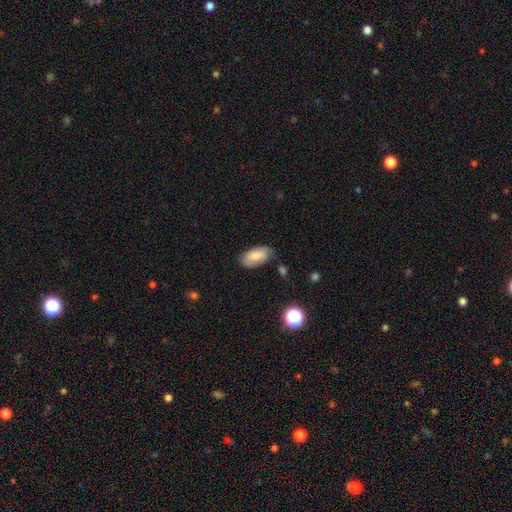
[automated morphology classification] A smooth galaxy with no disk features (77%) that is in between round and cigar-shaped (94%). Merging: none (72%).